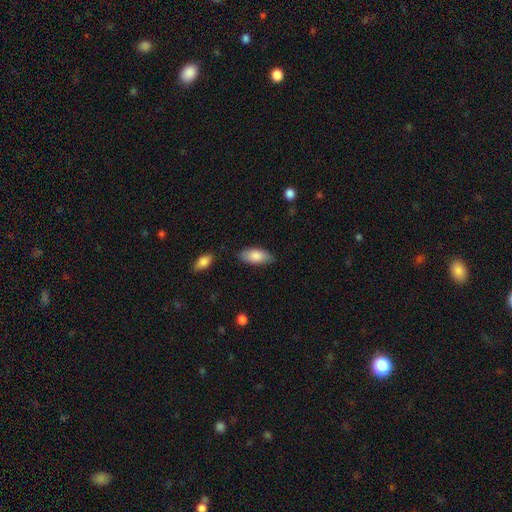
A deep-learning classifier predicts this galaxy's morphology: smooth 84%, featured or disk 10%, star or artifact 6%. Down the decision tree: how rounded — in between (88%); merging — none (80%).